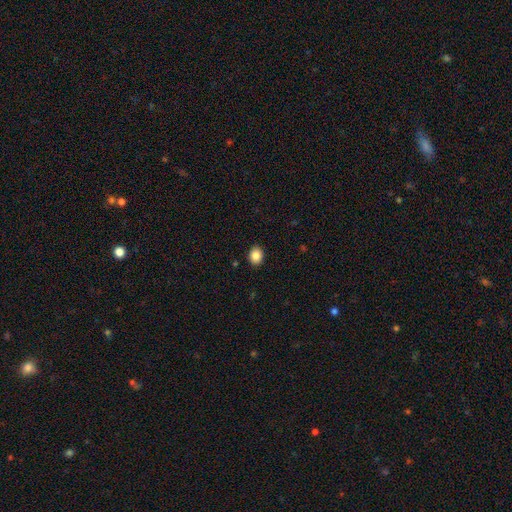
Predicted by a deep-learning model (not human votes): The model was most divided on "how rounded": in between: 50%, round: 49%, cigar-shaped: 1%. More confident: merging — none (90%); smooth or featured — smooth (87%).